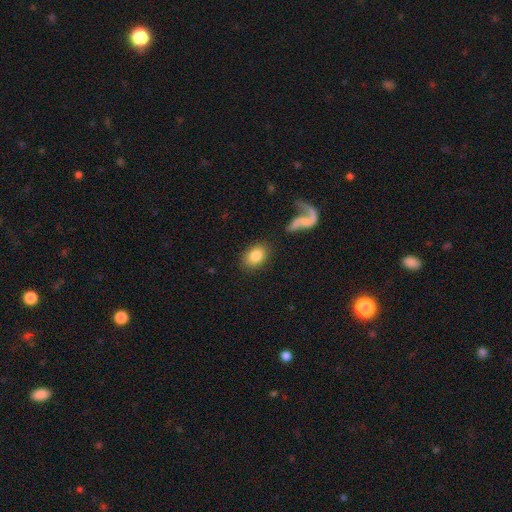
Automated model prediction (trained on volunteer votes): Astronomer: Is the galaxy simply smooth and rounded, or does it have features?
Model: smooth — 83%.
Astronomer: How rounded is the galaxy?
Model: in between — 75%.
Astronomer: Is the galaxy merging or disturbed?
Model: none — 79%.